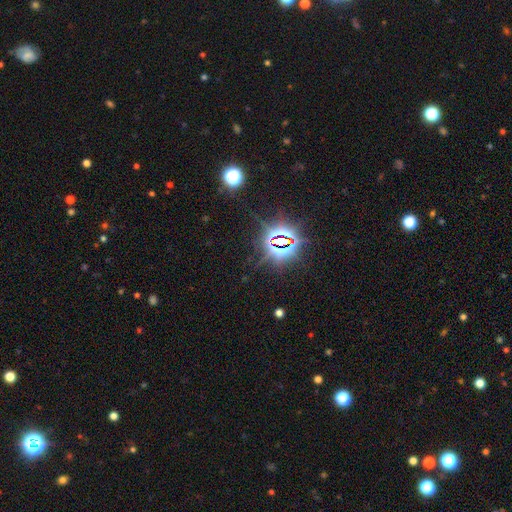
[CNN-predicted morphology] Smooth or featured? Predicted: star or artifact (p=0.83).